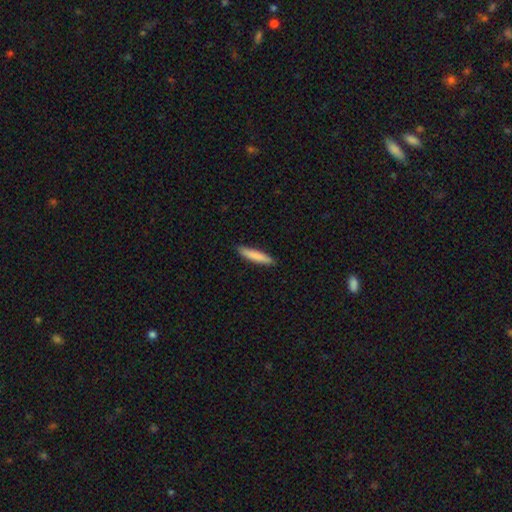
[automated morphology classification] Q: Smooth or featured?
A: smooth (83%); runner-up: featured or disk (12%)
Q: How rounded?
A: cigar-shaped (88%); runner-up: in between (11%)
Q: Merging?
A: none (89%); runner-up: minor disturbance (9%)